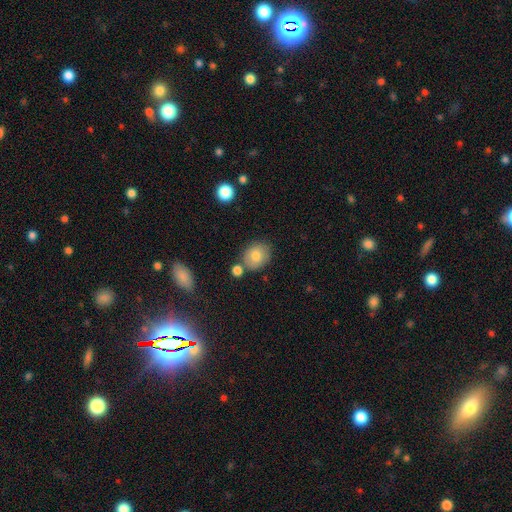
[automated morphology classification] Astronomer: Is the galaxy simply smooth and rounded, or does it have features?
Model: smooth — 79%.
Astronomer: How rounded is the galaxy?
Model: round — 58% (runner-up: in between, 40%).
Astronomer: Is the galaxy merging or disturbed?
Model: none — 71%.